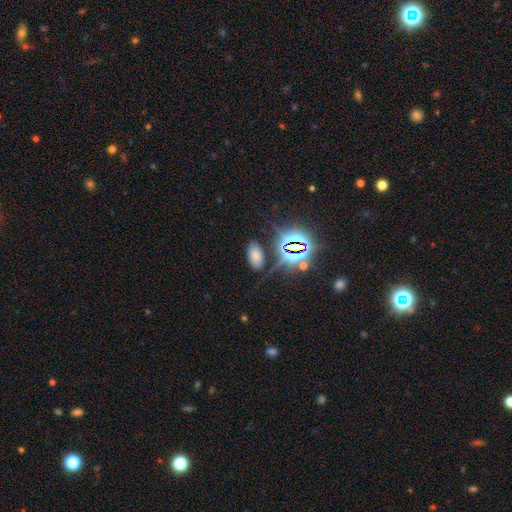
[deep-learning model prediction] The model was most divided on "smooth or featured": smooth: 61%, star or artifact: 32%, featured or disk: 8%. More confident: how rounded — in between (94%); merging — none (81%).